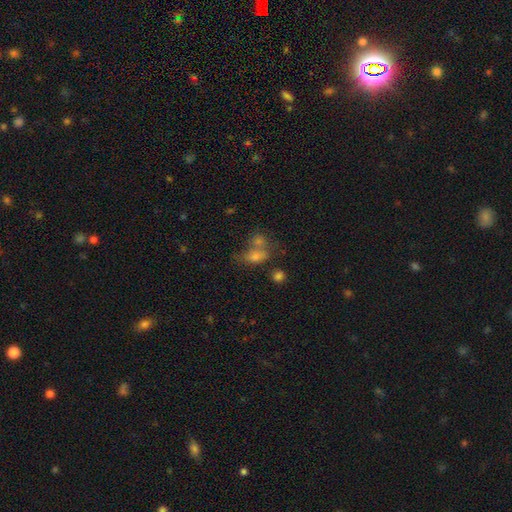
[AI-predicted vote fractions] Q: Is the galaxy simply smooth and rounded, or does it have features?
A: smooth — 56%.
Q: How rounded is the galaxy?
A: in between — 67%.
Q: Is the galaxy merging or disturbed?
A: merger — 42%.